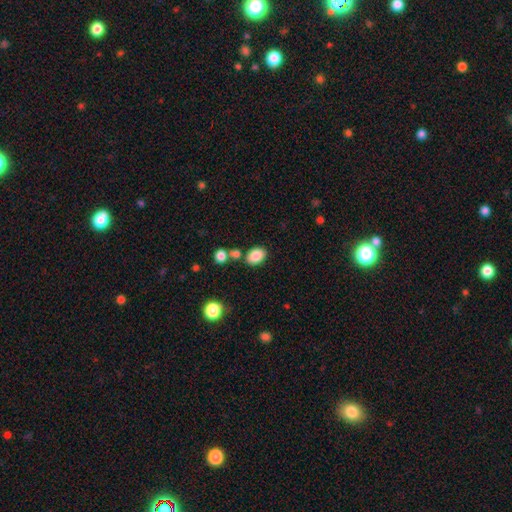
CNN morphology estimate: This appears to be a smooth galaxy with no disk features (86%) that is in between round and cigar-shaped (80%). Merging: none (76%).